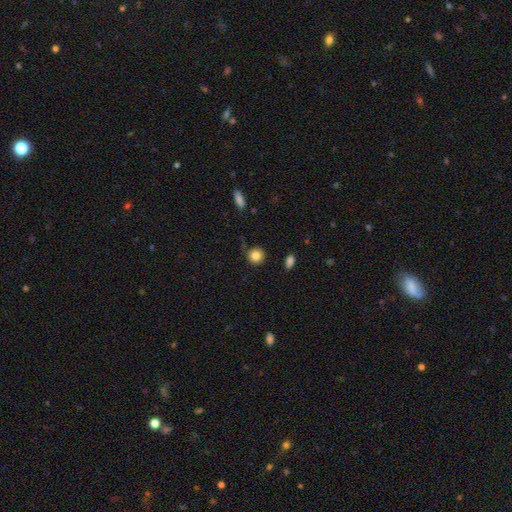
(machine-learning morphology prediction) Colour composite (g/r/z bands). It shows a smooth galaxy with no disk features (84%) that is round (91%). Merging: none (85%).